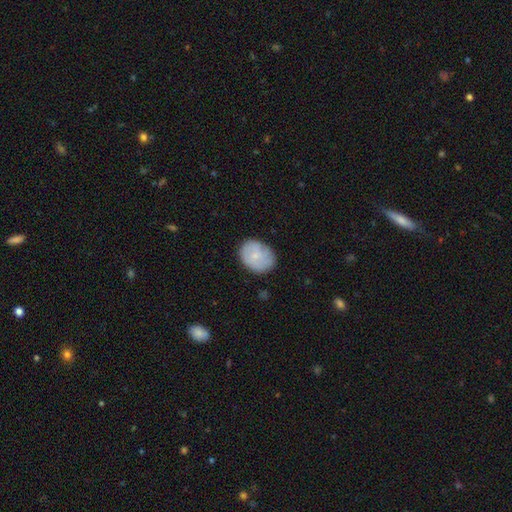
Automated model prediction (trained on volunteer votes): Smooth or featured?
  - smooth: 60% *
  - featured or disk: 33%
  - star or artifact: 7%
How rounded?
  - in between: 52% *
  - round: 47%
  - cigar-shaped: 1%
Merging?
  - none: 72% *
  - minor disturbance: 21%
  - major disturbance: 5%
  - merger: 1%